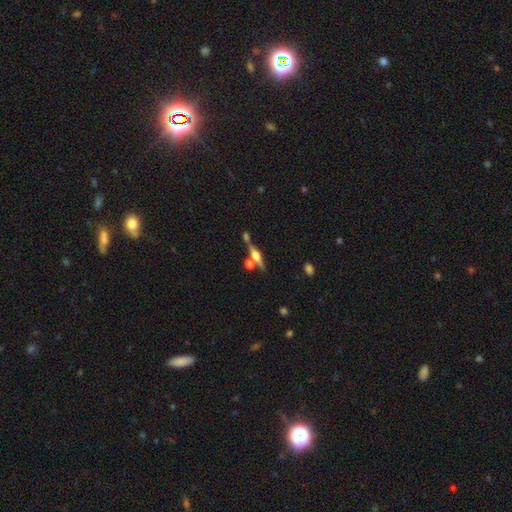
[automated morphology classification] smooth_or_featured: featured or disk (p=0.72) [alt: smooth p=0.20]
disk_edge_on: yes (p=0.96) [alt: no p=0.04]
edge_on_bulge: rounded (p=0.88) [alt: boxy p=0.09]
merging: none (p=0.69) [alt: merger p=0.17]